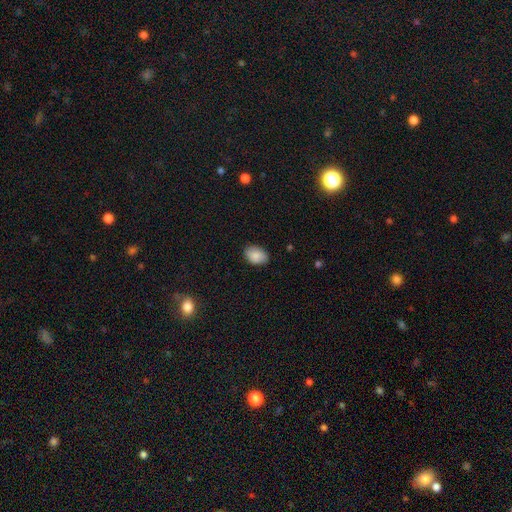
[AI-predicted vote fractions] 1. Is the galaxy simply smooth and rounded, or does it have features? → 88% smooth, 7% star or artifact, 5% featured or disk.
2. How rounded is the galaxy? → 82% in between, 17% round, 1% cigar-shaped.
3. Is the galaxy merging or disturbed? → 82% none, 14% minor disturbance, 3% major disturbance, 1% merger.